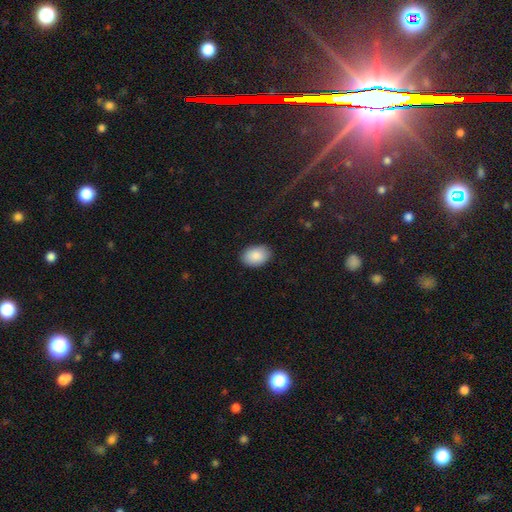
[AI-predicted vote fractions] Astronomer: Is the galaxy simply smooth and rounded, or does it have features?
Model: smooth — 89%.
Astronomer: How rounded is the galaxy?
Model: in between — 84%.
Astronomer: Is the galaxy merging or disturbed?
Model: none — 89%.